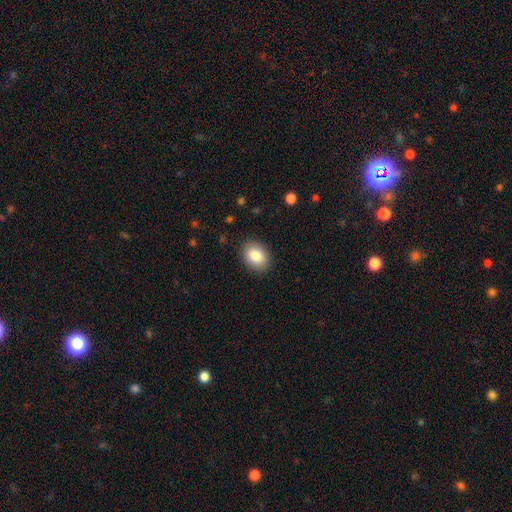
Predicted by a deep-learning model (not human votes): Morphology: type=smooth (84%); roundness=in between (63%); merging=none (89%).